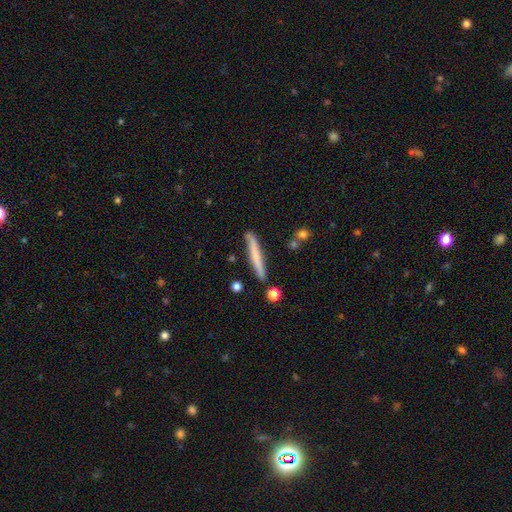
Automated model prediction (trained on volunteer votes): A smooth galaxy with no disk features (62%) that is cigar-shaped (96%). Merging: none (84%).